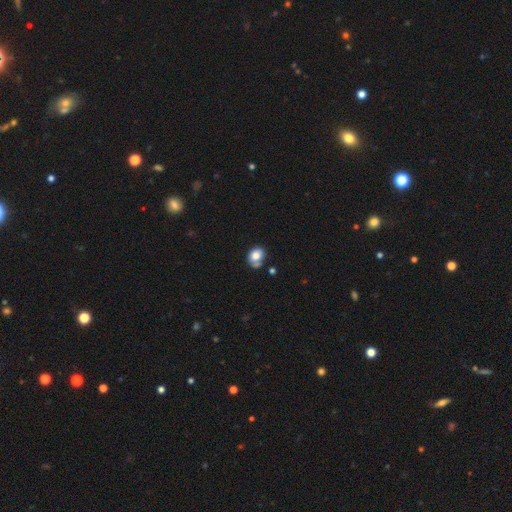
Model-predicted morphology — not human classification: This is likely a smooth galaxy (77%). How rounded: possibly in between (51%). Merging: possibly none (50%).